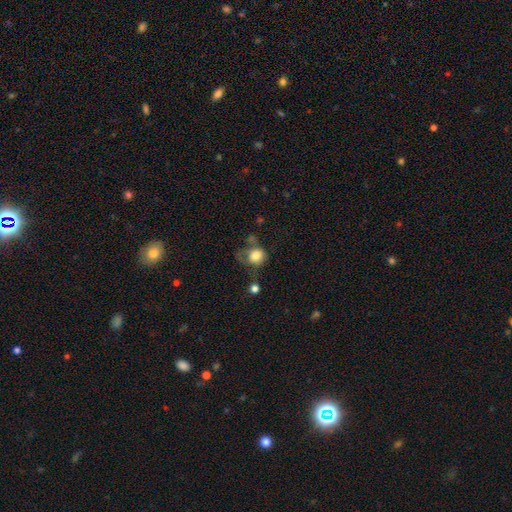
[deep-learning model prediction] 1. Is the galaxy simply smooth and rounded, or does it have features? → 76% smooth, 15% featured or disk, 9% star or artifact.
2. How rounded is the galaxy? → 69% round, 30% in between, 1% cigar-shaped.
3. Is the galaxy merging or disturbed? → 32% none, 31% major disturbance, 26% minor disturbance, 11% merger.